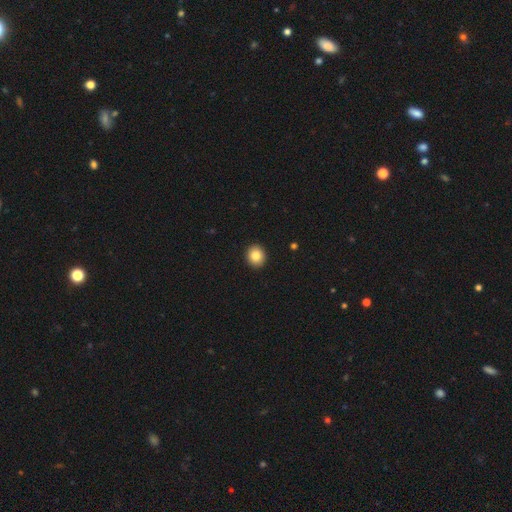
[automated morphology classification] This is clearly a smooth galaxy (83%). How rounded: clearly round (85%). Merging: clearly none (93%).